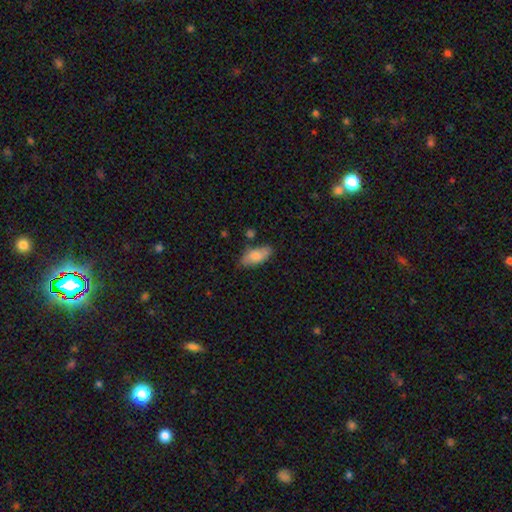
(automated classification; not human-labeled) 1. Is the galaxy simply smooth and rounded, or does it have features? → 75% smooth, 18% featured or disk, 7% star or artifact.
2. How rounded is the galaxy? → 88% in between, 10% cigar-shaped, 3% round.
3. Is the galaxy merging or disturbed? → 70% none, 21% minor disturbance, 5% merger, 4% major disturbance.